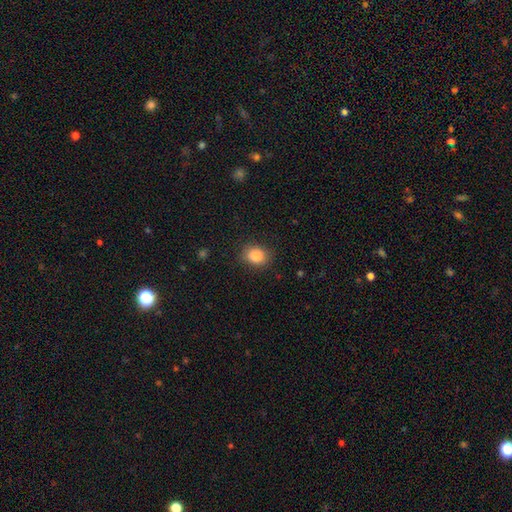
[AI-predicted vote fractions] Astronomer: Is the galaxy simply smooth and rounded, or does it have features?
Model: smooth — 86%.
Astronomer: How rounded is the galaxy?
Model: round — 55% (runner-up: in between, 44%).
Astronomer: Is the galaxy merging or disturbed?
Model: none — 83%.